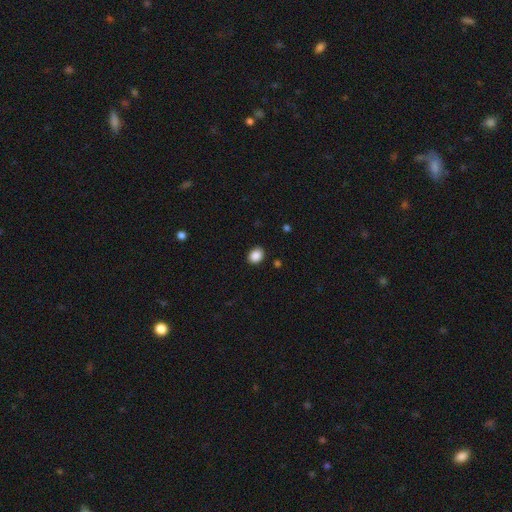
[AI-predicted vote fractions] The model was most divided on "how rounded": in between: 50%, round: 49%, cigar-shaped: 1%. More confident: merging — none (89%); smooth or featured — smooth (88%).